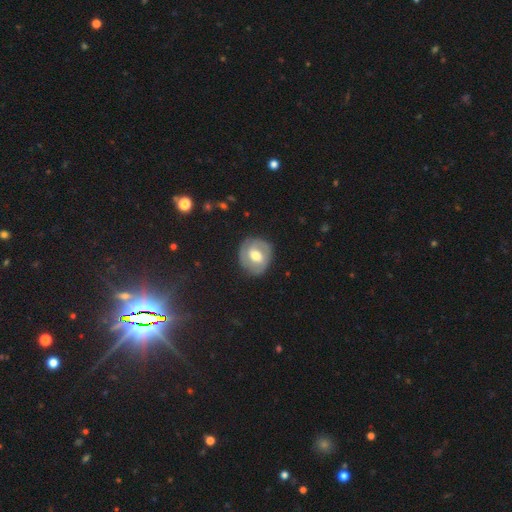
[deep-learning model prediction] The model was most divided on "bar": weak: 46%, no: 34%, strong: 20%. More confident: edge-on disk — no (96%); merging — none (81%); bulge size — moderate (72%); spiral arms — yes (62%); smooth or featured — featured or disk (60%).